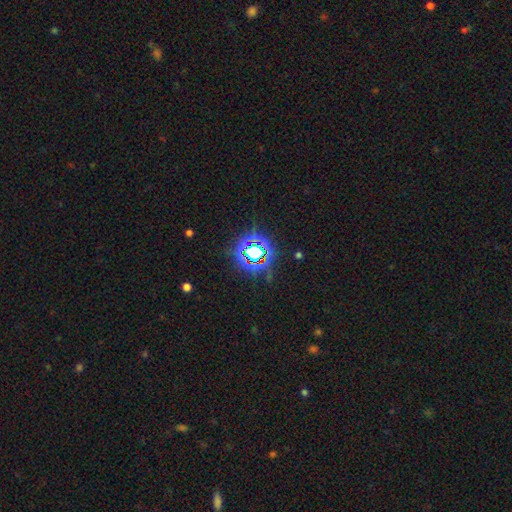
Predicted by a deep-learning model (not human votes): This appears to be a star or artifact, not a galaxy (74%).